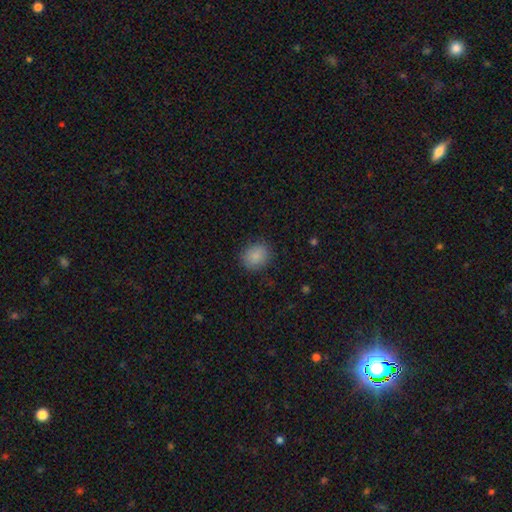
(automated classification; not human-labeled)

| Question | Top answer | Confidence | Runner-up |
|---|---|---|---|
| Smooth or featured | smooth | 87% | star or artifact (9%) |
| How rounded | round | 69% | in between (30%) |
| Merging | none | 86% | minor disturbance (10%) |